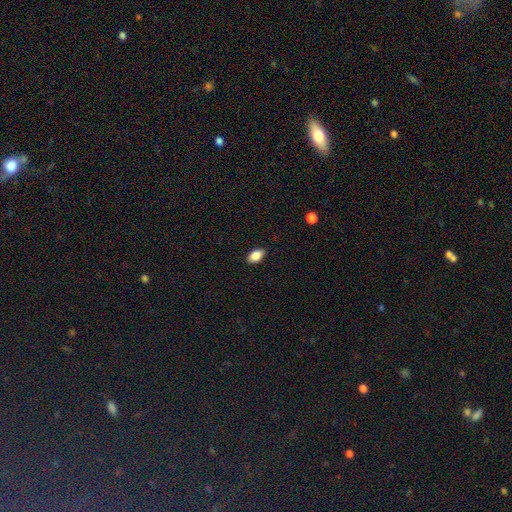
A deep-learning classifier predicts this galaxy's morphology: smooth-or-featured: smooth: 85% | star or artifact: 8% | featured or disk: 7%
  how-rounded: in between: 91% | round: 7% | cigar-shaped: 2%
  merging: none: 88% | minor disturbance: 9% | major disturbance: 2% | merger: 1%